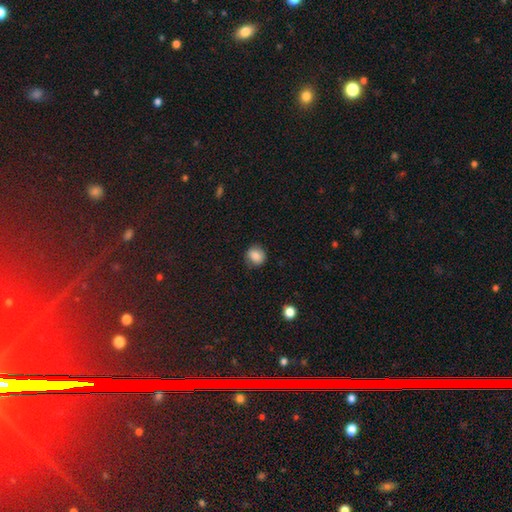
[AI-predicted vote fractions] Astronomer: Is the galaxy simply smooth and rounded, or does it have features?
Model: smooth — 84%.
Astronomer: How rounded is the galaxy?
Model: round — 76%.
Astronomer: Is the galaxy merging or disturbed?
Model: none — 81%.